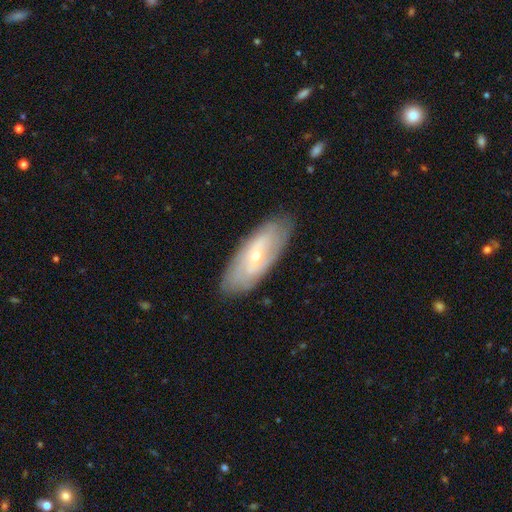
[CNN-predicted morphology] Smooth or featured? Predicted: featured or disk (p=0.65). Edge-on disk? Predicted: no (p=0.84). Bar? Predicted: no (p=0.59). Spiral arms? Predicted: yes (p=0.71). Bulge size? Predicted: small (p=0.72). Merging? Predicted: none (p=0.82).